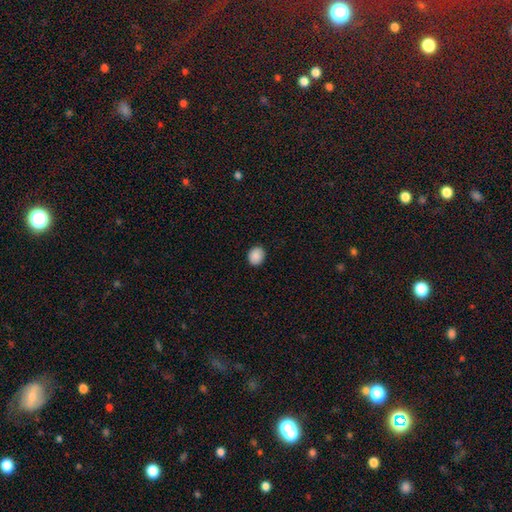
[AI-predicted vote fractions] Smooth or featured? Predicted: smooth (p=0.89). How rounded? Predicted: round (p=0.55). Merging? Predicted: none (p=0.91).